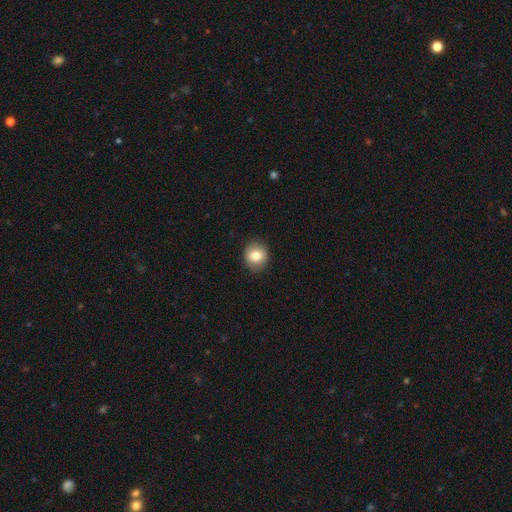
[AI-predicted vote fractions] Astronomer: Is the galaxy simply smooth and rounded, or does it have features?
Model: smooth — 81%.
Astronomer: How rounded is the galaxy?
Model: round — 81%.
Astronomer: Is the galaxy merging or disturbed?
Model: none — 89%.